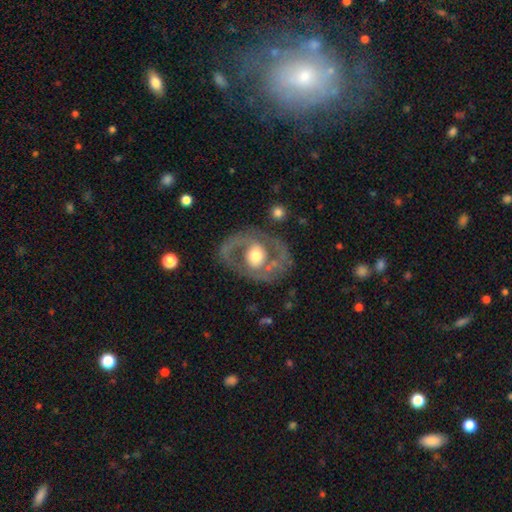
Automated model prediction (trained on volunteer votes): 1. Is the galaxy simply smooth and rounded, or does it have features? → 69% featured or disk, 26% smooth, 5% star or artifact.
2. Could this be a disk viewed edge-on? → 95% no, 5% yes.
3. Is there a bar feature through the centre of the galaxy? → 66% no, 23% weak, 11% strong.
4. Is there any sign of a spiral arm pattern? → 58% no, 42% yes.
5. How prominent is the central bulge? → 61% moderate, 29% large, 6% small, 2% dominant, 1% none.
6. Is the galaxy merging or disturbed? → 71% none, 16% minor disturbance, 11% major disturbance, 3% merger.